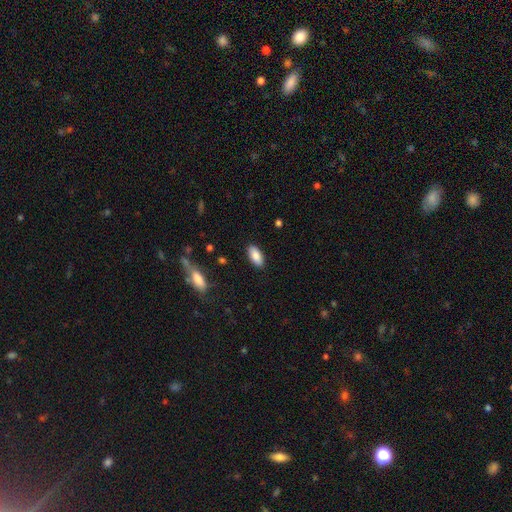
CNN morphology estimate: A smooth galaxy with no disk features (86%) that is in between round and cigar-shaped (90%).

Vote fractions:
- Smooth or featured? smooth: 86% / featured or disk: 8% / star or artifact: 7%
- How rounded? in between: 90% / cigar-shaped: 8% / round: 2%
- Merging? none: 88% / minor disturbance: 9% / major disturbance: 2% / merger: 1%